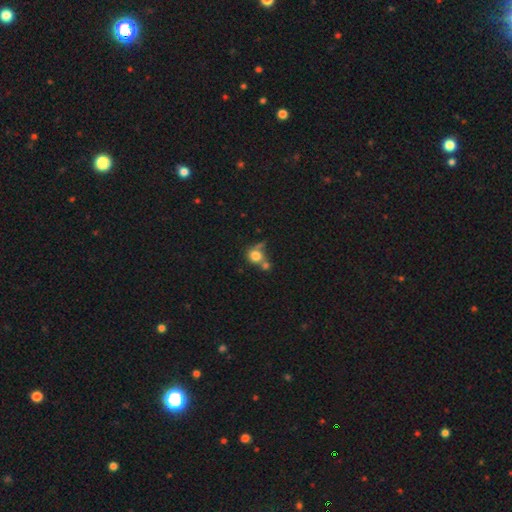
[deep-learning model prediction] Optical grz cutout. It shows a smooth galaxy with no disk features (76%) that is round (80%). Merging: merger (41%).